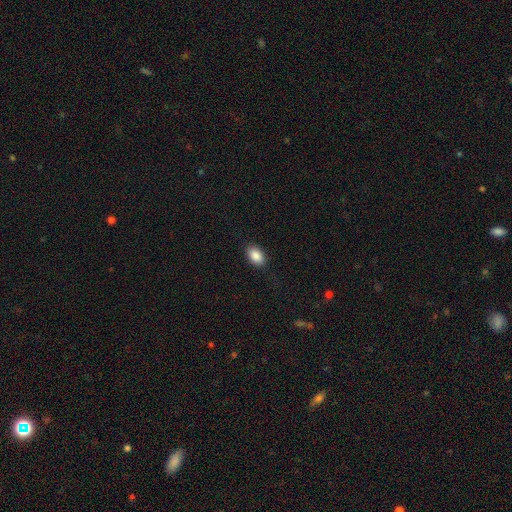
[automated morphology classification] This appears to be a smooth galaxy with no disk features (89%) that is in between round and cigar-shaped (89%). Merging: none (86%).